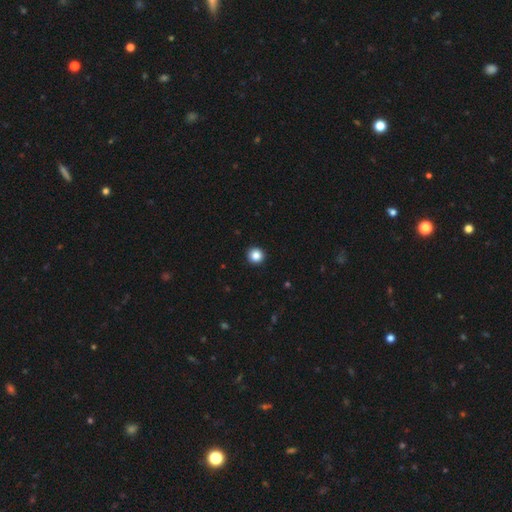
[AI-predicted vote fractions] The model was most divided on "smooth or featured": smooth: 86%, star or artifact: 10%, featured or disk: 4%. More confident: how rounded — round (96%); merging — none (94%).